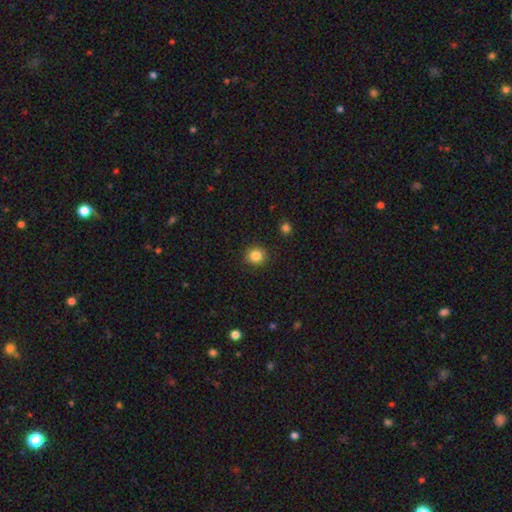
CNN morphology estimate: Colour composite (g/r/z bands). It shows a smooth galaxy with no disk features (85%) that is round (89%). Merging: none (90%).